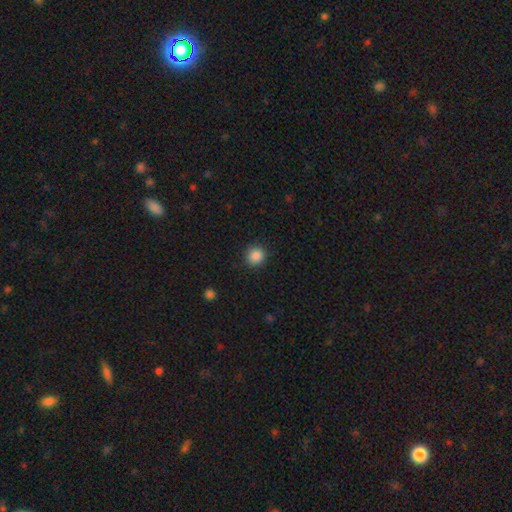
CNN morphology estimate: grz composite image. It shows a smooth galaxy with no disk features (87%) that is round (91%). Merging: none (90%).